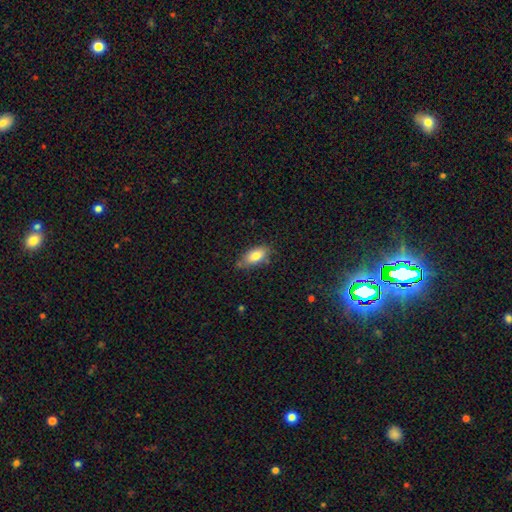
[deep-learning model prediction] Smooth or featured? Predicted: smooth (p=0.80). How rounded? Predicted: in between (p=0.88). Merging? Predicted: none (p=0.72).